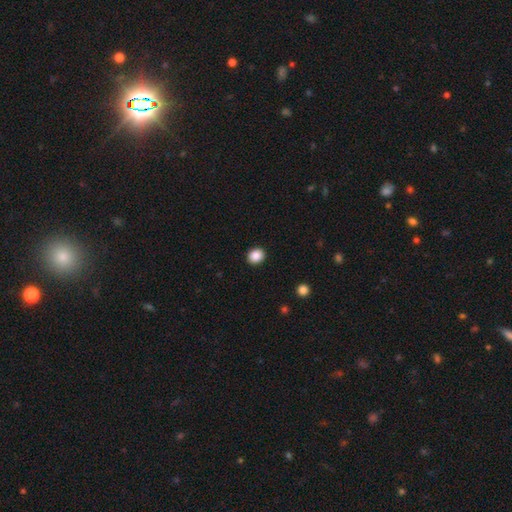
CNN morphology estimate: smooth 87%, star or artifact 9%, featured or disk 3%. Down the decision tree: how rounded — round (69%); merging — none (92%).